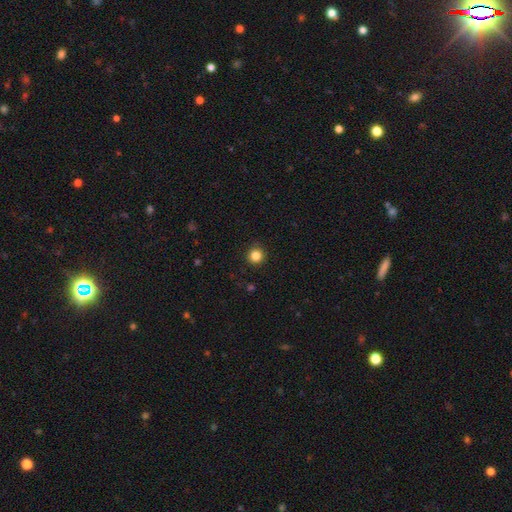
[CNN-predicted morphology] Smooth or featured: smooth — 84% (star or artifact — 12%)
How rounded: round — 95% (in between — 4%)
Merging: none — 92% (minor disturbance — 6%)